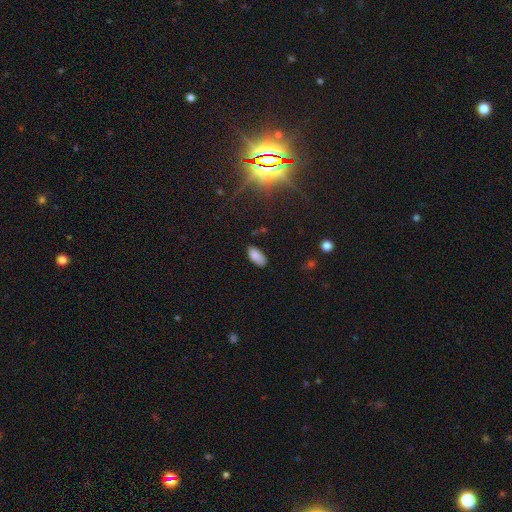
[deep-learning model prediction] smooth_or_featured: smooth (p=0.81) [alt: star or artifact p=0.10]
how_rounded: in between (p=0.93) [alt: cigar-shaped p=0.05]
merging: none (p=0.79) [alt: minor disturbance p=0.17]